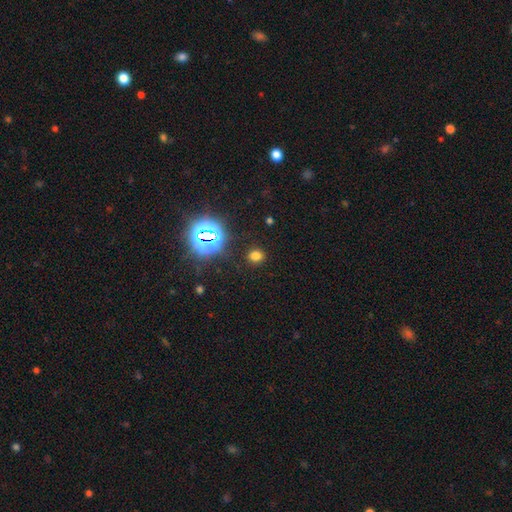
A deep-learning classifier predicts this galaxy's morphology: smooth 69%, star or artifact 25%, featured or disk 6%. Down the decision tree: how rounded — round (81%); merging — none (88%).